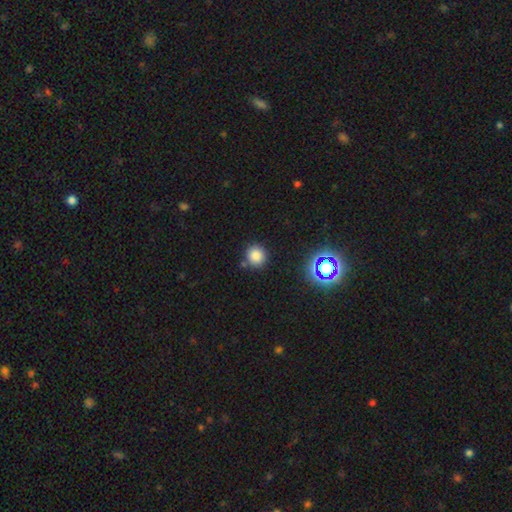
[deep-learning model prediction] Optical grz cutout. It shows a smooth galaxy with no disk features (80%) that is round (91%). Merging: none (84%).